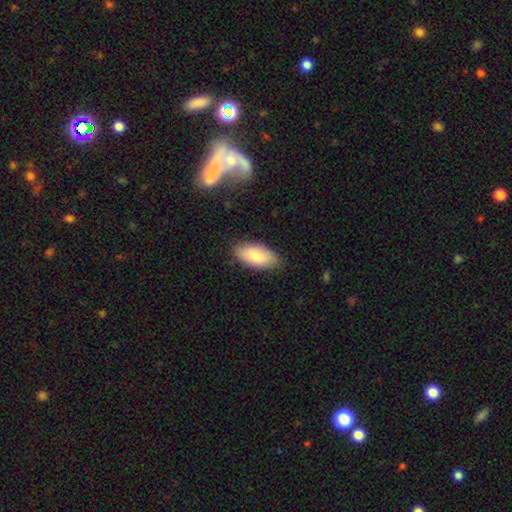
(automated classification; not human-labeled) Smooth or featured? Predicted: smooth (p=0.83). How rounded? Predicted: in between (p=0.92). Merging? Predicted: none (p=0.84).